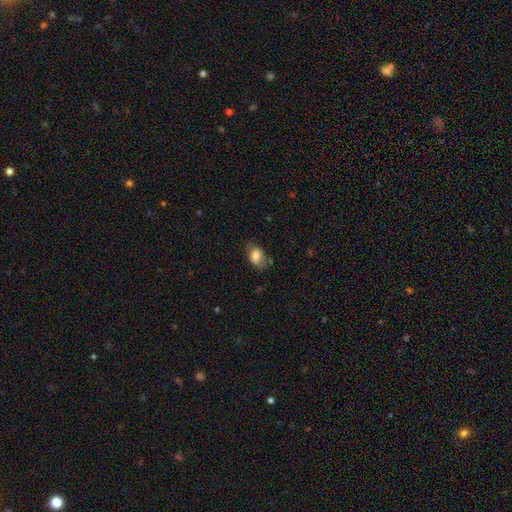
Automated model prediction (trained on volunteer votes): Smooth or featured?
  - smooth: 75% *
  - featured or disk: 17%
  - star or artifact: 8%
How rounded?
  - in between: 82% *
  - round: 17%
  - cigar-shaped: 1%
Merging?
  - none: 61% *
  - minor disturbance: 27%
  - major disturbance: 9%
  - merger: 3%